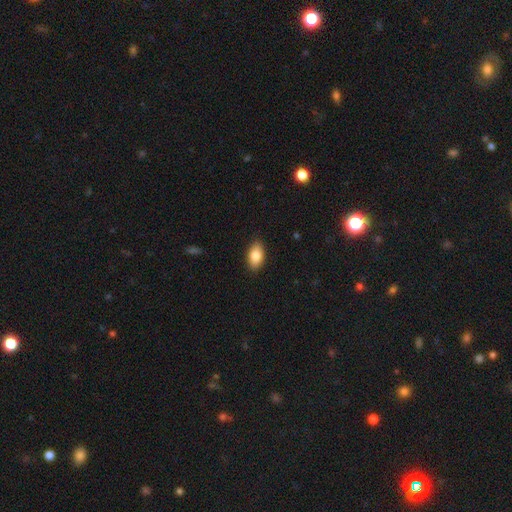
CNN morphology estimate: Smooth or featured? smooth (84%)
How rounded? in between (92%)
Merging? none (88%)